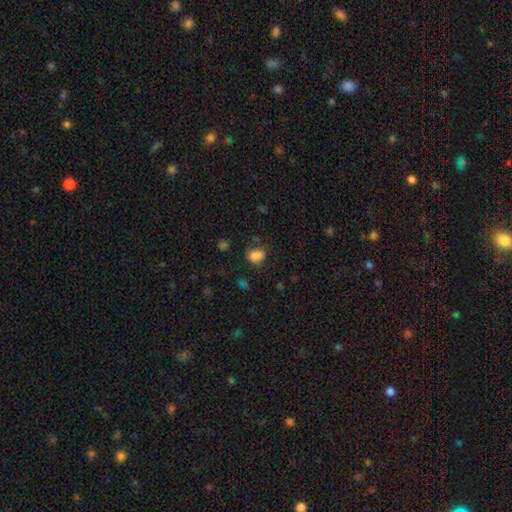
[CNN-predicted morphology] Q: Smooth or featured?
A: smooth (82%); runner-up: star or artifact (12%)
Q: How rounded?
A: in between (74%); runner-up: round (25%)
Q: Merging?
A: none (60%); runner-up: minor disturbance (25%)